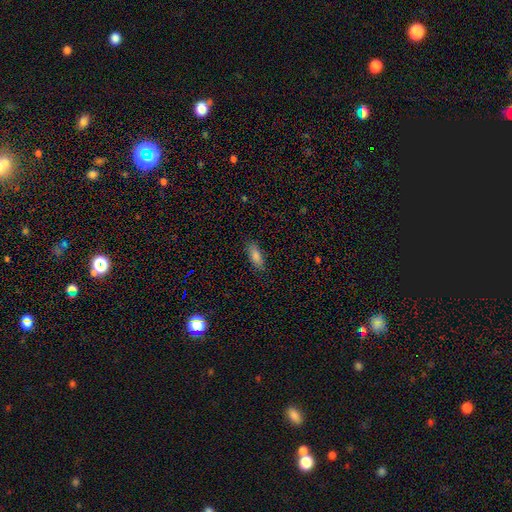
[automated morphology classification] smooth-or-featured: smooth: 80% | featured or disk: 10% | star or artifact: 10%
  how-rounded: in between: 66% | cigar-shaped: 31% | round: 3%
  merging: none: 85% | minor disturbance: 11% | major disturbance: 3% | merger: 1%